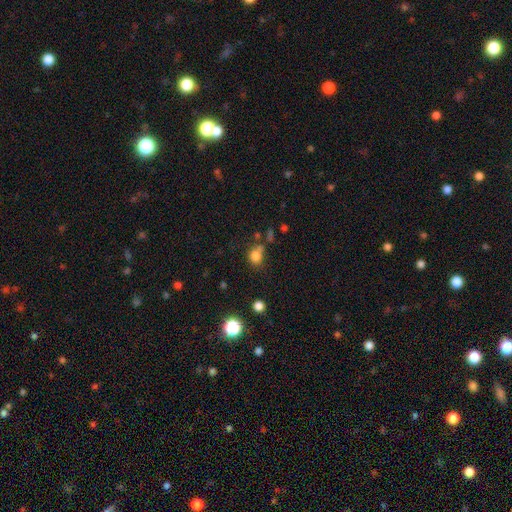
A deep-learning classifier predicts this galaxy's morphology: Q: Smooth or featured?
A: smooth (78%); runner-up: star or artifact (14%)
Q: How rounded?
A: round (68%); runner-up: in between (31%)
Q: Merging?
A: none (55%); runner-up: merger (19%)